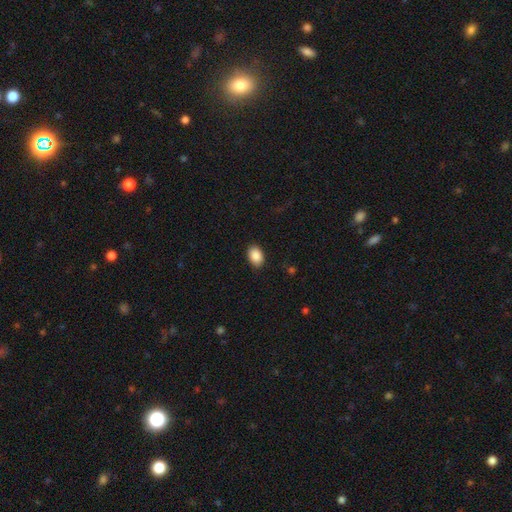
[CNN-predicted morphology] The model was most divided on "how rounded": in between: 82%, round: 17%, cigar-shaped: 1%. More confident: smooth or featured — smooth (89%); merging — none (88%).